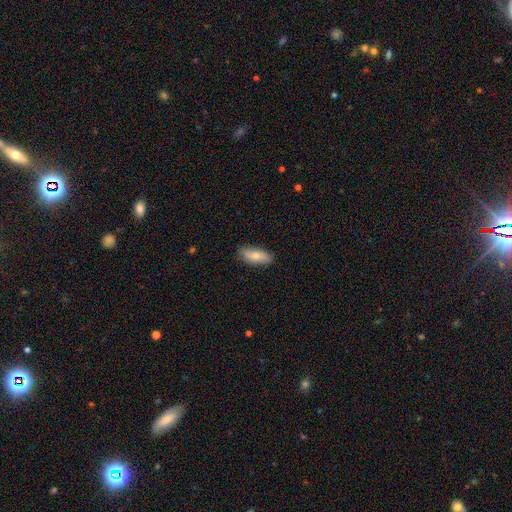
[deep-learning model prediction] A smooth galaxy with no disk features (71%) that is in between round and cigar-shaped (77%). Merging: none (86%).